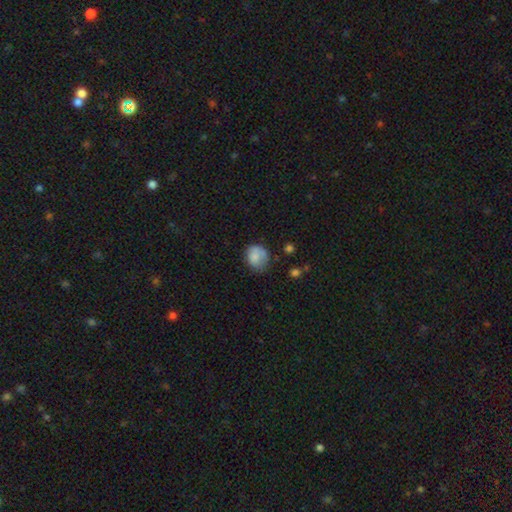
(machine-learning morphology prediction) smooth-or-featured: smooth: 78% | featured or disk: 13% | star or artifact: 9%
  how-rounded: round: 63% | in between: 36% | cigar-shaped: 1%
  merging: none: 51% | minor disturbance: 32% | major disturbance: 14% | merger: 3%